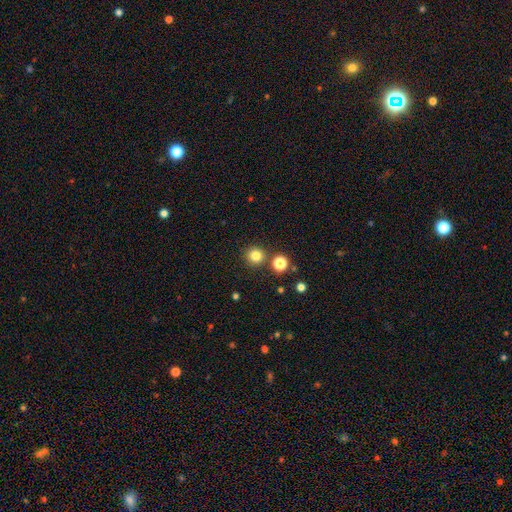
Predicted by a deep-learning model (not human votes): A smooth galaxy with no disk features (81%) that is round (94%). Merging: none (86%).